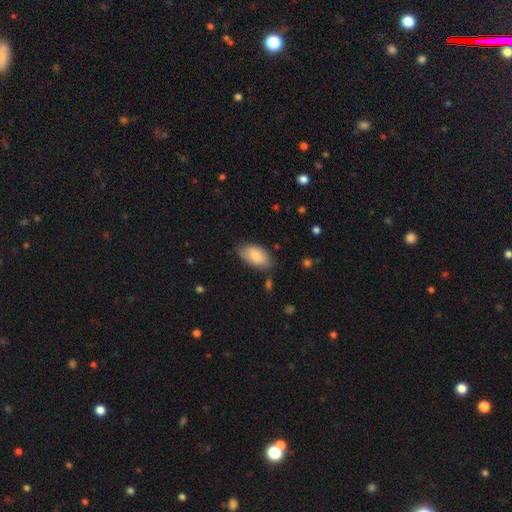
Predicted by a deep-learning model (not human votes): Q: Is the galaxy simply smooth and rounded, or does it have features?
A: smooth — 82%.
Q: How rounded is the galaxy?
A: in between — 94%.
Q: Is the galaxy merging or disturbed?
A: none — 74%.